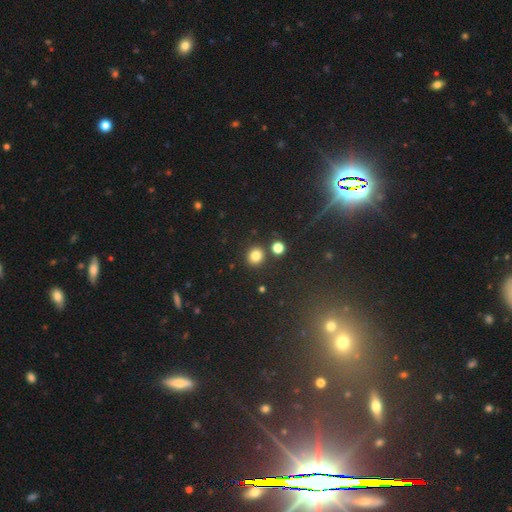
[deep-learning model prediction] Smooth or featured?
  - smooth: 81% *
  - star or artifact: 13%
  - featured or disk: 5%
How rounded?
  - round: 83% *
  - in between: 16%
  - cigar-shaped: 1%
Merging?
  - none: 83% *
  - merger: 7%
  - minor disturbance: 7%
  - major disturbance: 2%